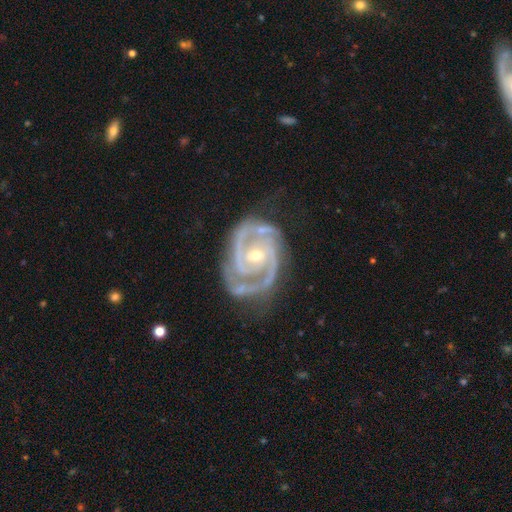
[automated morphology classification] A featured or disk galaxy (93%) with no bar (53%), 2 (68%) tight (61%) spiral arms (98%) and a small central bulge (54%). Merging: none (62%).